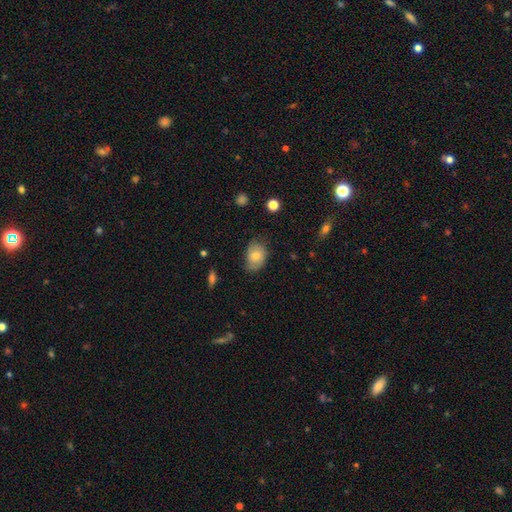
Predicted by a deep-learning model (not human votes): Smooth or featured? smooth (66%)
How rounded? in between (72%)
Merging? none (65%)